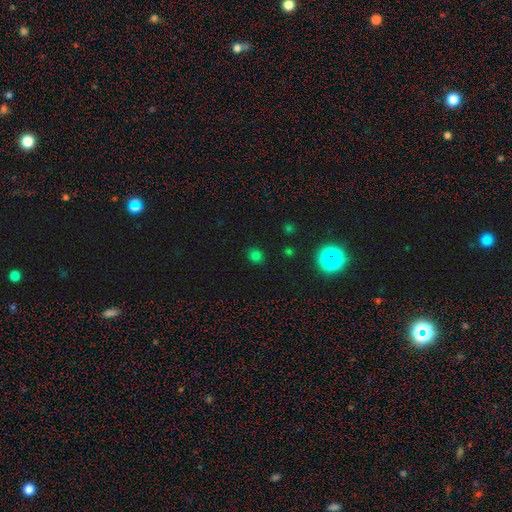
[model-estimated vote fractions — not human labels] smooth 73%, star or artifact 23%, featured or disk 5%. Down the decision tree: how rounded — round (75%); merging — none (87%).